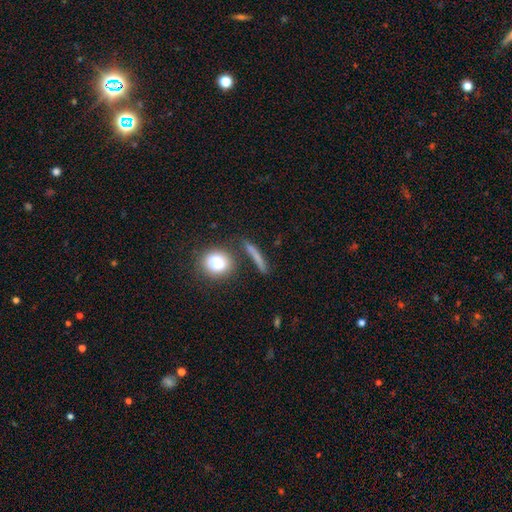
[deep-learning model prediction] Morphology: type=smooth (62%); roundness=cigar-shaped (66%); merging=none (78%).